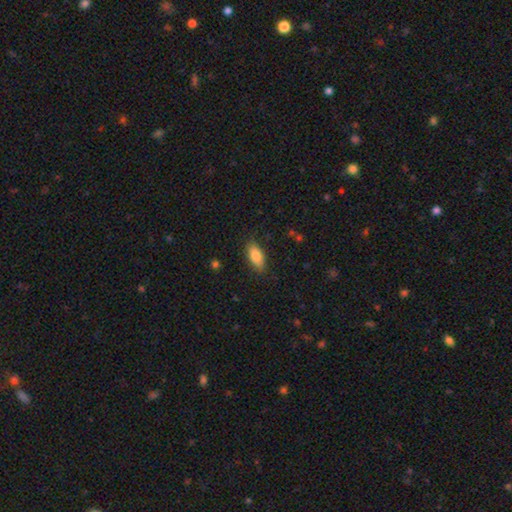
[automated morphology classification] Smooth or featured?
  - smooth: 86% *
  - featured or disk: 7%
  - star or artifact: 7%
How rounded?
  - in between: 87% *
  - cigar-shaped: 11%
  - round: 3%
Merging?
  - none: 83% *
  - minor disturbance: 13%
  - major disturbance: 3%
  - merger: 1%